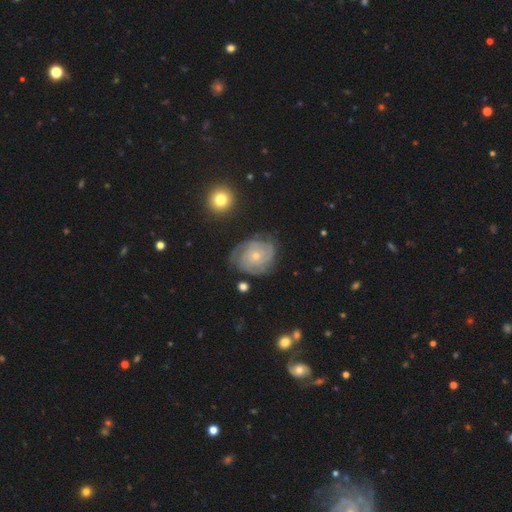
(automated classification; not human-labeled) Smooth or featured: featured or disk — 79% (smooth — 15%)
Edge-on disk: no — 98% (yes — 2%)
Bar: no — 82% (weak — 15%)
Spiral arms: yes — 92% (no — 8%)
Spiral winding: tight — 70% (medium — 24%)
Spiral arm count: can't tell — 34% (3 — 24%)
Bulge size: small — 69% (moderate — 27%)
Merging: none — 68% (minor disturbance — 21%)